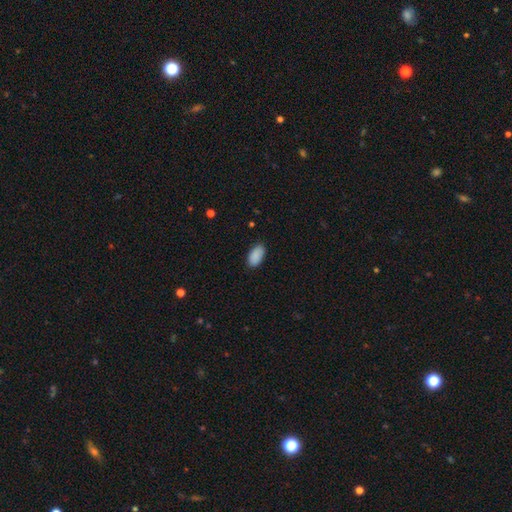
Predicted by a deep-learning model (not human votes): This appears to be a smooth galaxy with no disk features (90%) that is in between round and cigar-shaped (95%). Merging: none (86%).